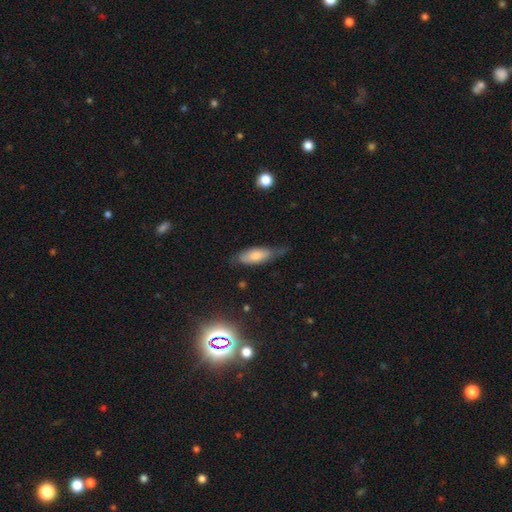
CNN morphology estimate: Smooth or featured: smooth — 71% (featured or disk — 22%)
How rounded: in between — 71% (cigar-shaped — 26%)
Merging: none — 48% (minor disturbance — 37%)